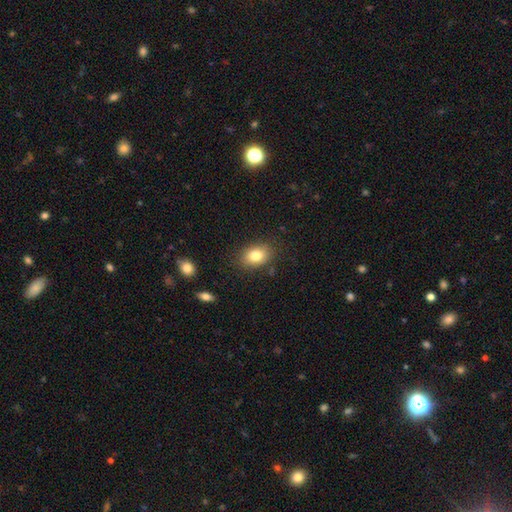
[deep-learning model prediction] Smooth or featured?
  - smooth: 81% *
  - featured or disk: 10%
  - star or artifact: 9%
How rounded?
  - in between: 77% *
  - round: 21%
  - cigar-shaped: 1%
Merging?
  - none: 83% *
  - minor disturbance: 11%
  - major disturbance: 3%
  - merger: 2%